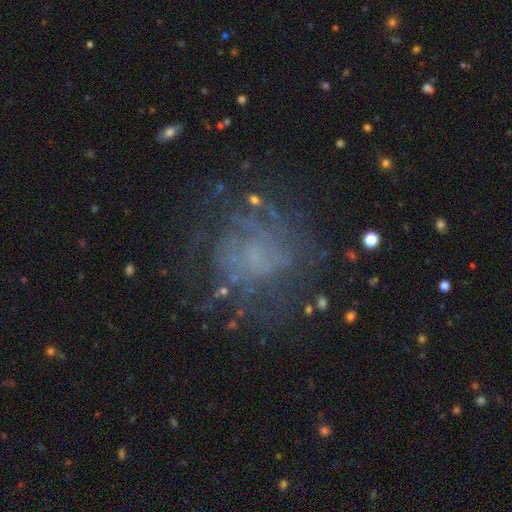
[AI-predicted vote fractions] smooth-or-featured: featured or disk: 58% | smooth: 24% | star or artifact: 18%
  disk-edge-on: no: 98% | yes: 2%
    bar: no: 79% | weak: 17% | strong: 3%
    has-spiral-arms: yes: 62% | no: 38%
    bulge-size: none: 53% | small: 28% | moderate: 13% | large: 4% | dominant: 1%
  merging: none: 67% | minor disturbance: 16% | major disturbance: 15% | merger: 2%